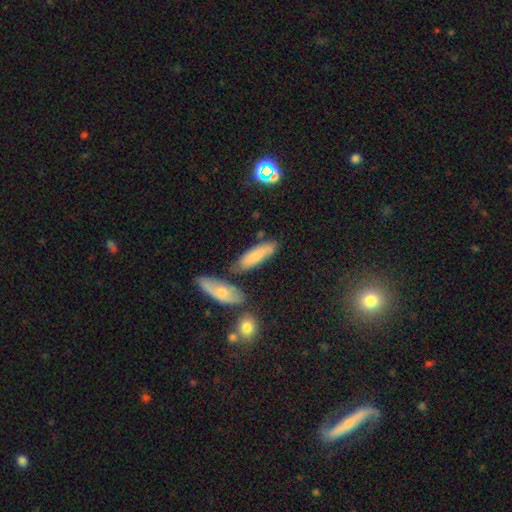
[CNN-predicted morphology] type=smooth (71%); roundness=cigar-shaped (50%); merging=none (69%).